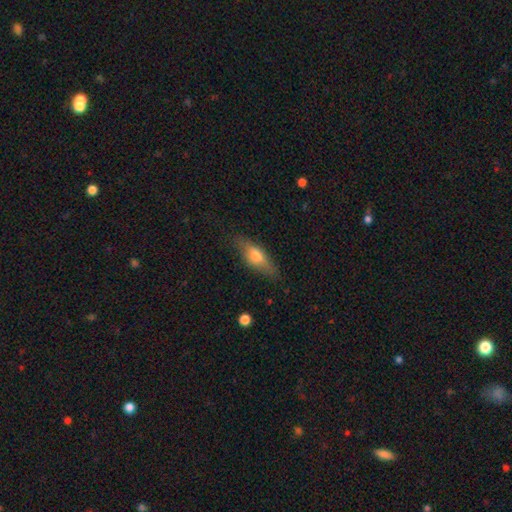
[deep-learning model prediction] smooth-or-featured: smooth: 59% | featured or disk: 34% | star or artifact: 7%
  how-rounded: in between: 54% | cigar-shaped: 43% | round: 3%
  merging: none: 77% | minor disturbance: 17% | major disturbance: 4% | merger: 1%